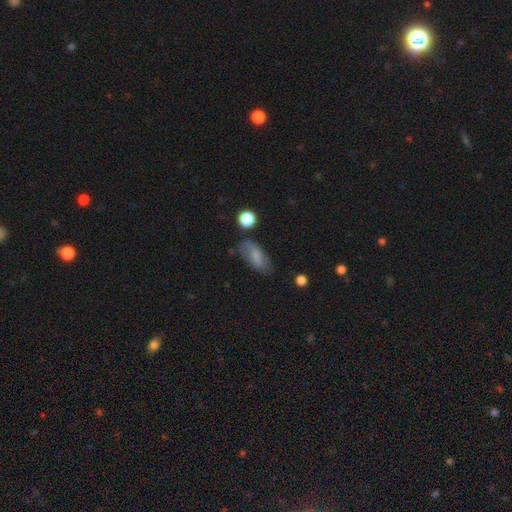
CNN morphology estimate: smooth_or_featured: smooth (p=0.71) [alt: featured or disk p=0.21]
how_rounded: in between (p=0.83) [alt: cigar-shaped p=0.14]
merging: none (p=0.65) [alt: minor disturbance p=0.24]